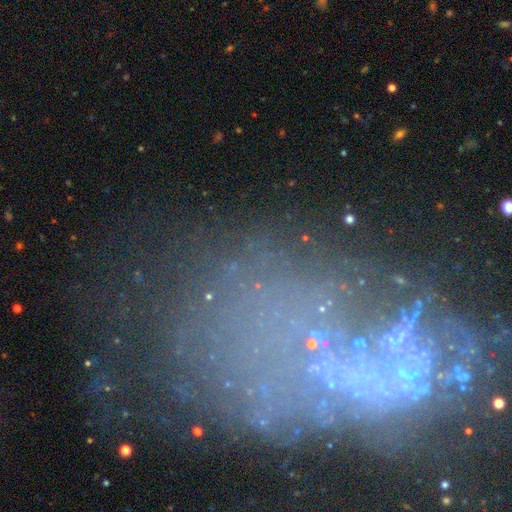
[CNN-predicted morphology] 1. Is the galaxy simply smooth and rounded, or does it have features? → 44% featured or disk, 38% star or artifact, 18% smooth.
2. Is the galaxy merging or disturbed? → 38% none, 34% major disturbance, 15% minor disturbance, 13% merger.